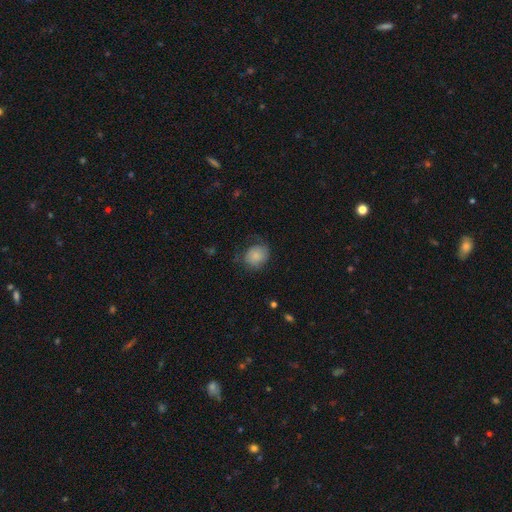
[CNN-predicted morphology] The model was most divided on "merging": none: 51%, minor disturbance: 29%, major disturbance: 19%, merger: 2%. More confident: smooth or featured — smooth (79%); how rounded — round (64%).